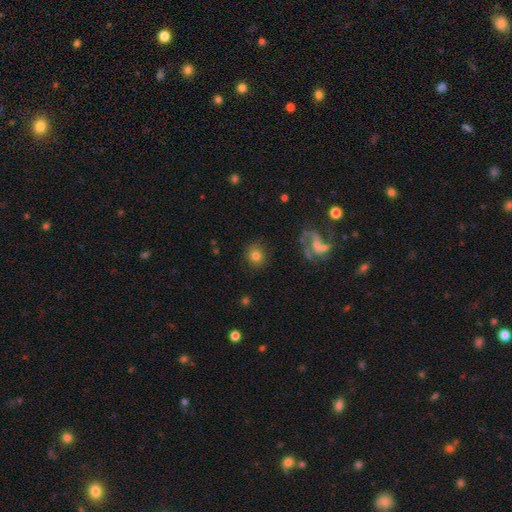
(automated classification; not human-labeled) smooth 74%, featured or disk 14%, star or artifact 11%. Down the decision tree: how rounded — round (86%); merging — none (85%).